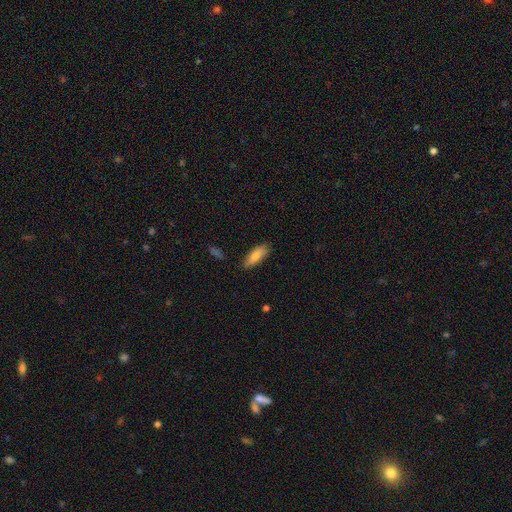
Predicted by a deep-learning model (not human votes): smooth-or-featured: smooth: 81% | featured or disk: 13% | star or artifact: 6%
  how-rounded: in between: 65% | cigar-shaped: 33% | round: 2%
  merging: none: 82% | minor disturbance: 14% | major disturbance: 2% | merger: 1%